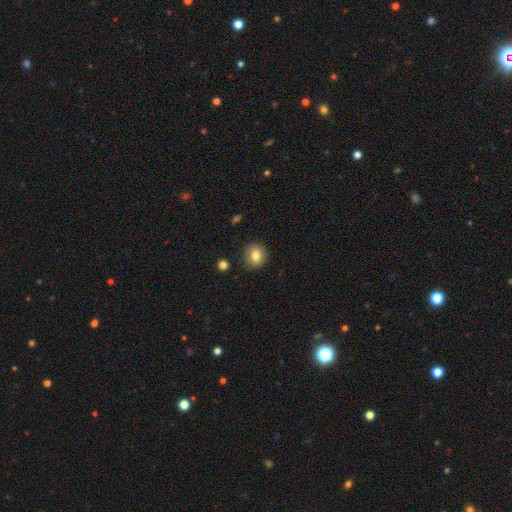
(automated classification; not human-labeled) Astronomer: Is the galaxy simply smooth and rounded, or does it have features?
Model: smooth — 81%.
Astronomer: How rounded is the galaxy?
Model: round — 84%.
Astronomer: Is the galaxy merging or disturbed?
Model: none — 88%.